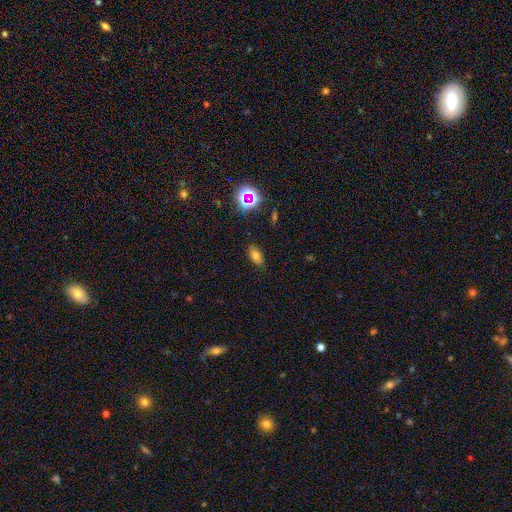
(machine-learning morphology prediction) Q: Smooth or featured?
A: smooth (71%); runner-up: star or artifact (17%)
Q: How rounded?
A: in between (85%); runner-up: round (8%)
Q: Merging?
A: none (84%); runner-up: minor disturbance (12%)